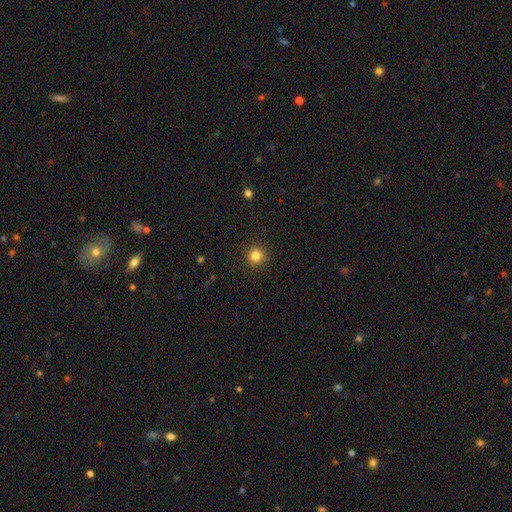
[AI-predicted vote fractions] A smooth galaxy with no disk features (83%) that is round (94%).

Vote fractions:
- Smooth or featured? smooth: 83% / star or artifact: 12% / featured or disk: 5%
- How rounded? round: 94% / in between: 5% / cigar-shaped: 1%
- Merging? none: 91% / minor disturbance: 6% / major disturbance: 2% / merger: 1%